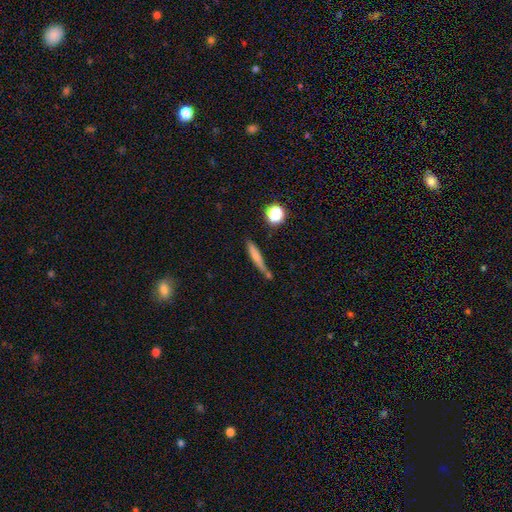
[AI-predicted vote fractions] Smooth or featured?
  - smooth: 66% *
  - featured or disk: 23%
  - star or artifact: 11%
How rounded?
  - cigar-shaped: 88% *
  - in between: 9%
  - round: 3%
Merging?
  - none: 62% *
  - minor disturbance: 18%
  - merger: 14%
  - major disturbance: 6%